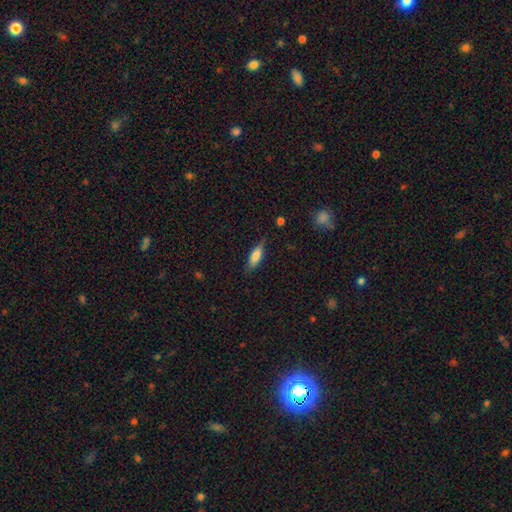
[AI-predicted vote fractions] Smooth or featured? smooth (78%)
How rounded? in between (58%)
Merging? none (76%)